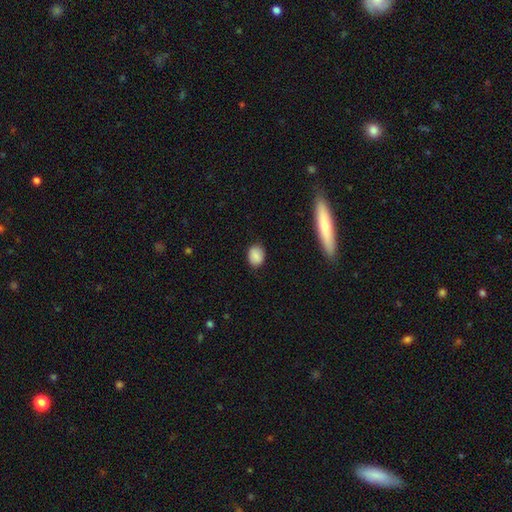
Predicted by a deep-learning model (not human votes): This is clearly a smooth galaxy (85%). How rounded: possibly in between (53%). Merging: clearly none (83%).